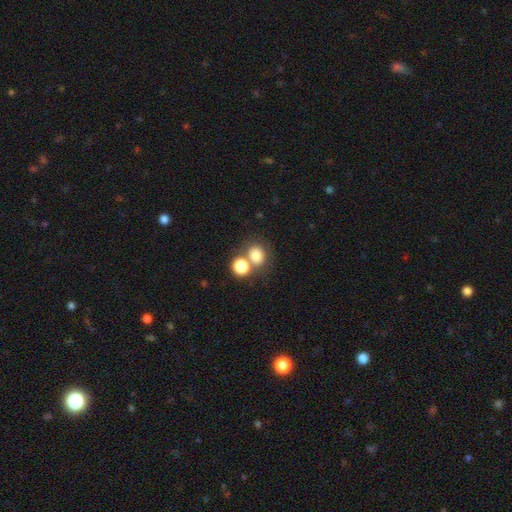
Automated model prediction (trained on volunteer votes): smooth 78%, star or artifact 12%, featured or disk 10%. Down the decision tree: how rounded — round (69%); merging — none (49%).